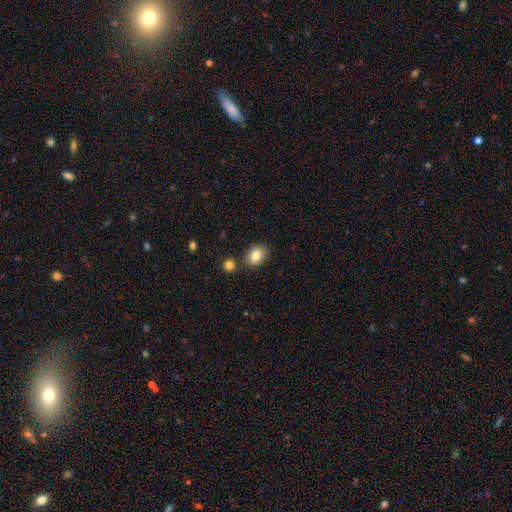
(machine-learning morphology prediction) Q: Smooth or featured?
A: smooth (84%); runner-up: star or artifact (8%)
Q: How rounded?
A: in between (64%); runner-up: round (35%)
Q: Merging?
A: none (78%); runner-up: minor disturbance (12%)